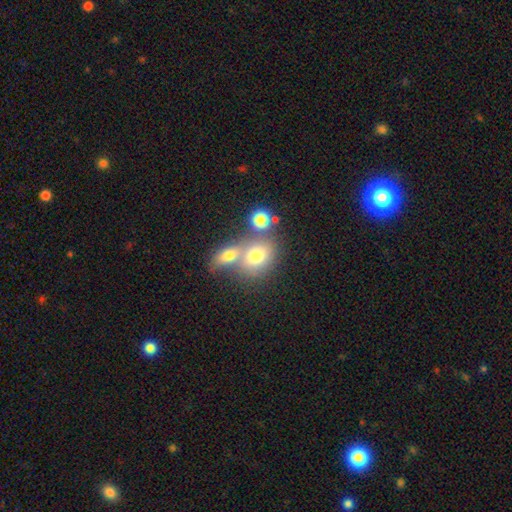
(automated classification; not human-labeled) Overall: smooth (72%). How rounded: in between (52%; round 46%). Merging: merger (48%; none 37%).